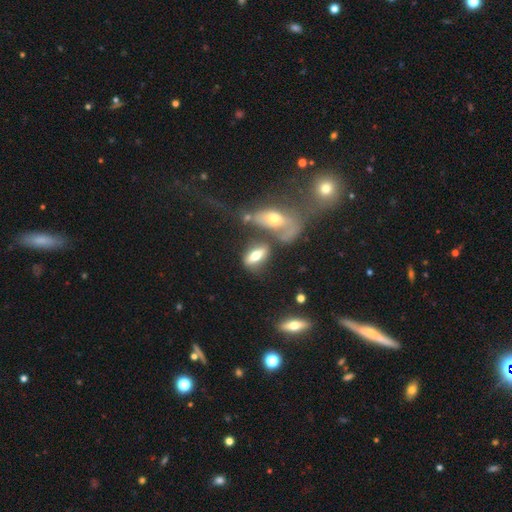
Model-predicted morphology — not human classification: smooth 54%, featured or disk 37%, star or artifact 10%. Down the decision tree: how rounded — in between (73%); merging — none (52%).